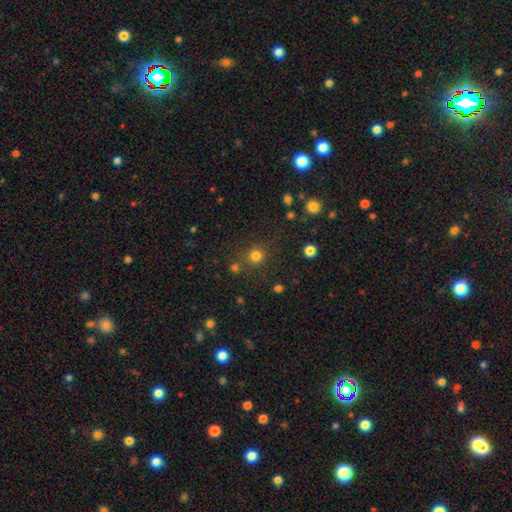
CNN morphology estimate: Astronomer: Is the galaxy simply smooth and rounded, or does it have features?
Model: smooth — 79%.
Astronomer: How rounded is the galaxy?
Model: round — 93%.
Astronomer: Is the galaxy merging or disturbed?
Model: none — 80%.